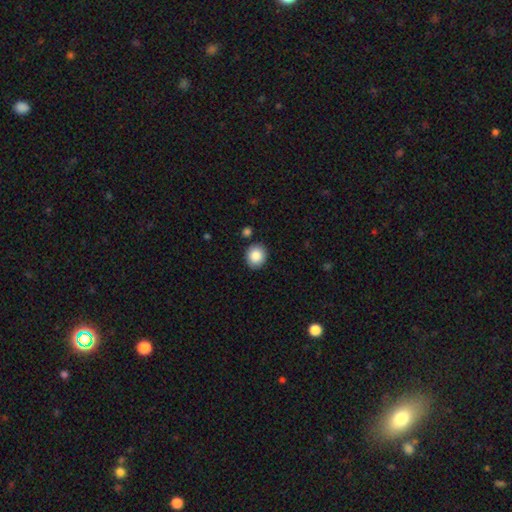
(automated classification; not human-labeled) This appears to be a smooth galaxy with no disk features (87%) that is round (81%). Merging: none (87%).